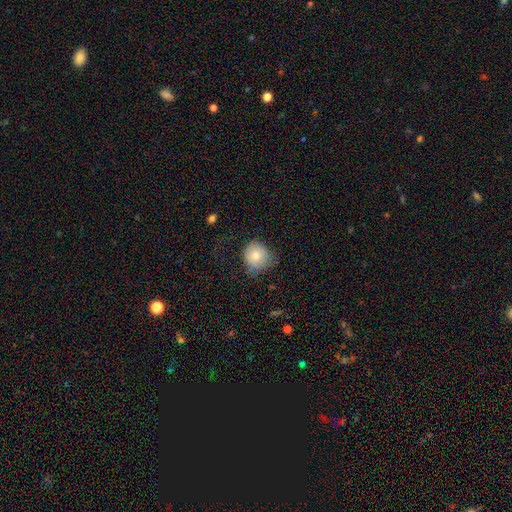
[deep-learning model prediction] Smooth or featured?
  - smooth: 80% *
  - featured or disk: 11%
  - star or artifact: 9%
How rounded?
  - round: 86% *
  - in between: 13%
  - cigar-shaped: 1%
Merging?
  - none: 55% *
  - minor disturbance: 30%
  - major disturbance: 14%
  - merger: 1%